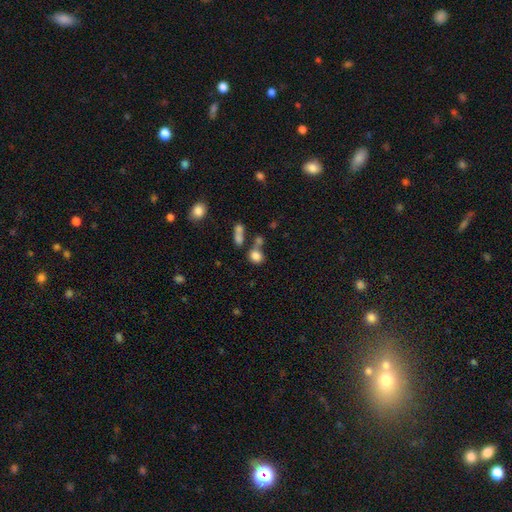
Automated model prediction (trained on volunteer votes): A smooth galaxy with no disk features (80%) that is round (60%).

Vote fractions:
- Smooth or featured? smooth: 80% / star or artifact: 12% / featured or disk: 8%
- How rounded? round: 60% / in between: 38% / cigar-shaped: 2%
- Merging? none: 50% / merger: 31% / minor disturbance: 12% / major disturbance: 7%